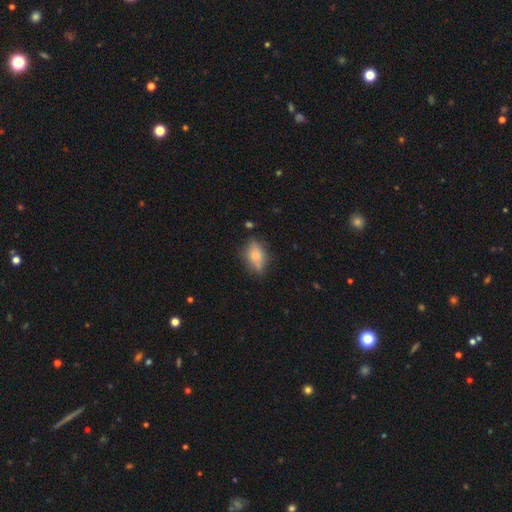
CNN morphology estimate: smooth-or-featured: smooth: 69% | featured or disk: 22% | star or artifact: 9%
  how-rounded: in between: 82% | round: 11% | cigar-shaped: 8%
  merging: none: 59% | minor disturbance: 27% | major disturbance: 8% | merger: 5%